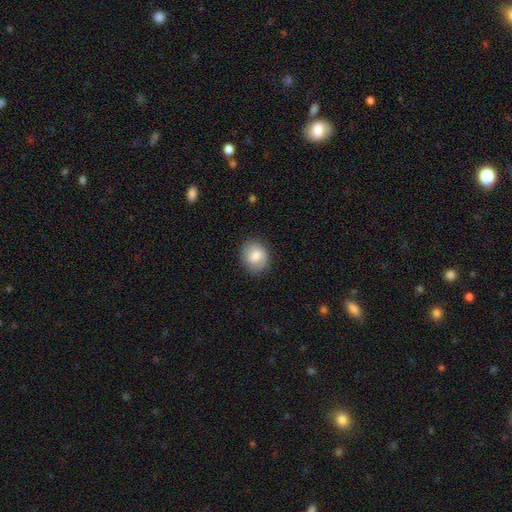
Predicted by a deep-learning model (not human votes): A smooth galaxy with no disk features (70%) that is round (62%).

Vote fractions:
- Smooth or featured? smooth: 70% / featured or disk: 22% / star or artifact: 8%
- How rounded? round: 62% / in between: 38% / cigar-shaped: 1%
- Merging? none: 80% / minor disturbance: 15% / major disturbance: 4% / merger: 1%